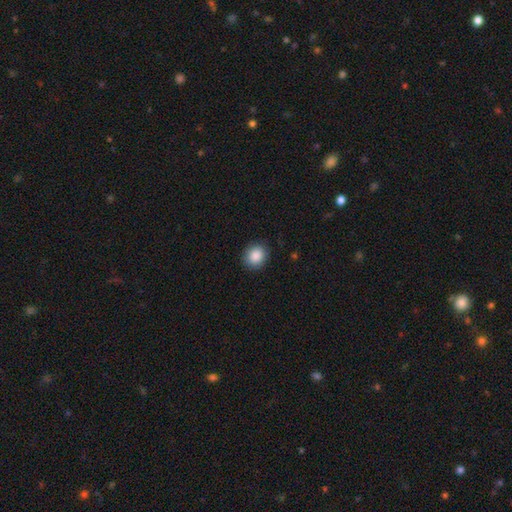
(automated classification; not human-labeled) Morphology: type=smooth (88%); roundness=round (72%); merging=none (88%).